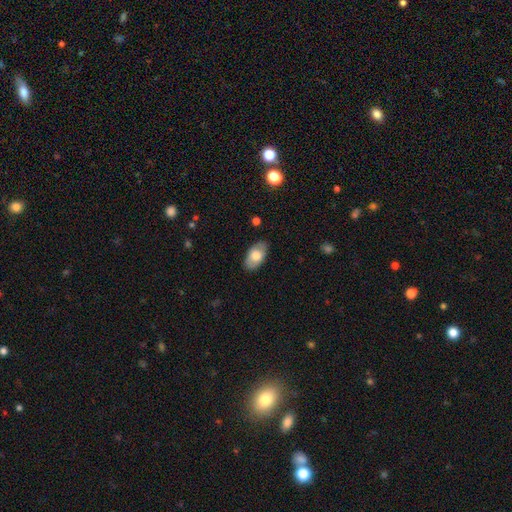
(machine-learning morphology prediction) Smooth or featured?
  - smooth: 74% *
  - featured or disk: 20%
  - star or artifact: 6%
How rounded?
  - in between: 94% *
  - round: 4%
  - cigar-shaped: 2%
Merging?
  - none: 85% *
  - minor disturbance: 12%
  - major disturbance: 2%
  - merger: 1%